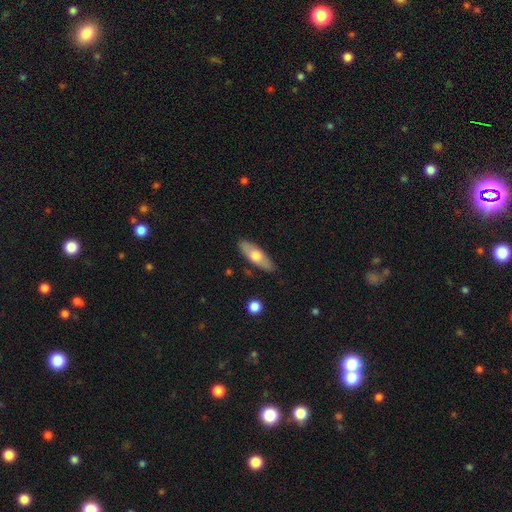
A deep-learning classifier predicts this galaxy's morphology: type=smooth (59%); roundness=in between (62%); merging=none (85%).